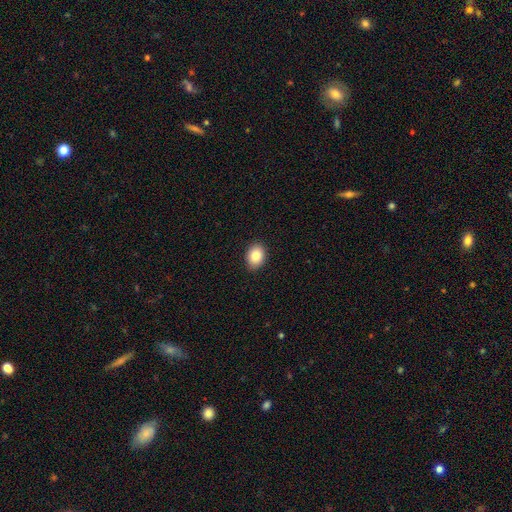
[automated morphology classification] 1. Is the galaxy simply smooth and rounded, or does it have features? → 85% smooth, 8% star or artifact, 7% featured or disk.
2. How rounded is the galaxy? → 63% in between, 36% round, 1% cigar-shaped.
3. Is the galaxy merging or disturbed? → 90% none, 7% minor disturbance, 2% major disturbance, 1% merger.